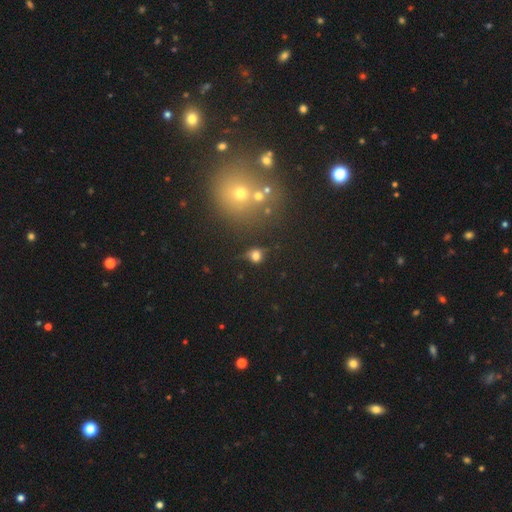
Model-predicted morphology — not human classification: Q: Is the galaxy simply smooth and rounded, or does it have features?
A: smooth — 70%.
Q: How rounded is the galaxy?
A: round — 73%.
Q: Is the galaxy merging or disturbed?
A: none — 58%.